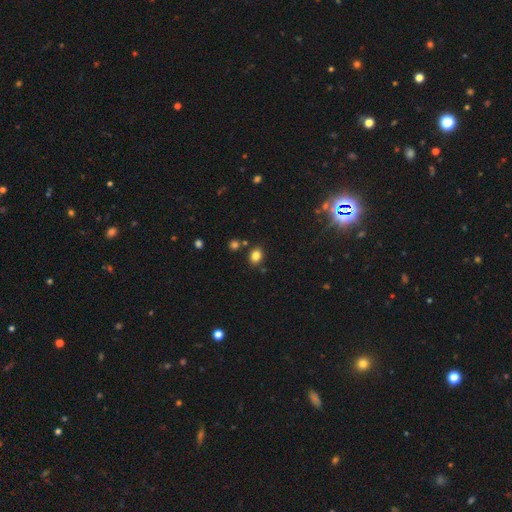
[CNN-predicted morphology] smooth_or_featured: smooth (p=0.82) [alt: star or artifact p=0.12]
how_rounded: in between (p=0.55) [alt: round p=0.44]
merging: none (p=0.82) [alt: minor disturbance p=0.10]